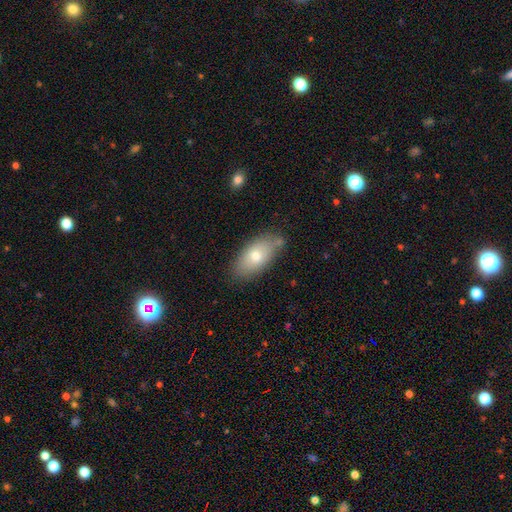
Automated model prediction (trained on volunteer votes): This is likely a smooth galaxy (72%). How rounded: clearly in between (90%). Merging: likely none (74%).